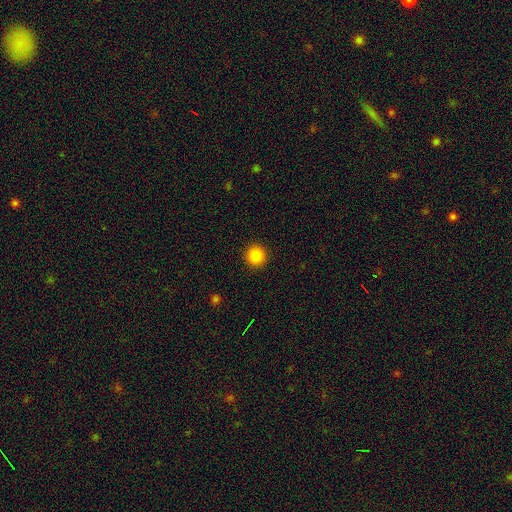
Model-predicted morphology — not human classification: Smooth or featured? smooth (86%)
How rounded? round (94%)
Merging? none (93%)